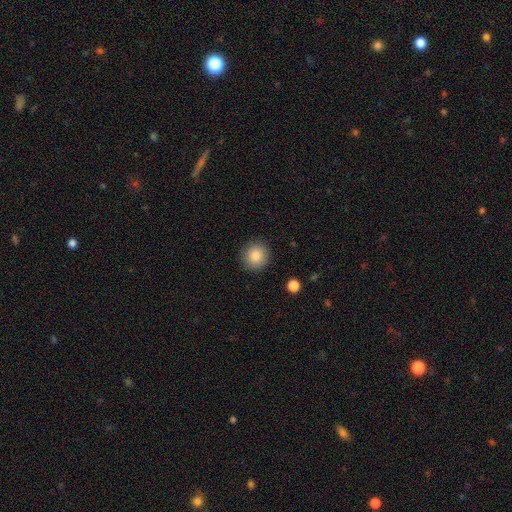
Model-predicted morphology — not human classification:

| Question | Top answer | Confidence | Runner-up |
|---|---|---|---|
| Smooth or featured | smooth | 85% | star or artifact (9%) |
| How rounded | round | 92% | in between (7%) |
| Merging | none | 90% | minor disturbance (7%) |